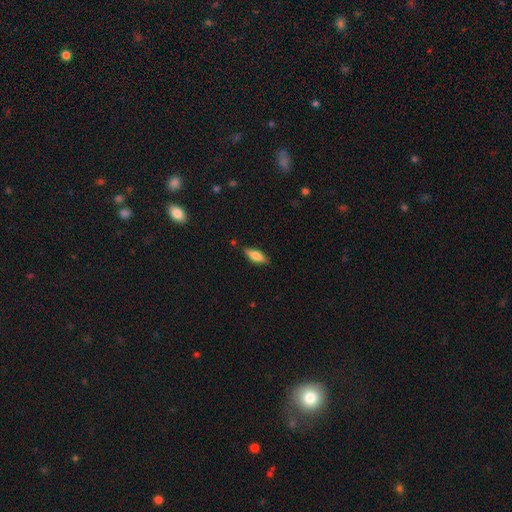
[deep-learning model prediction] Smooth or featured? Predicted: smooth (p=0.69). How rounded? Predicted: in between (p=0.63). Merging? Predicted: none (p=0.82).